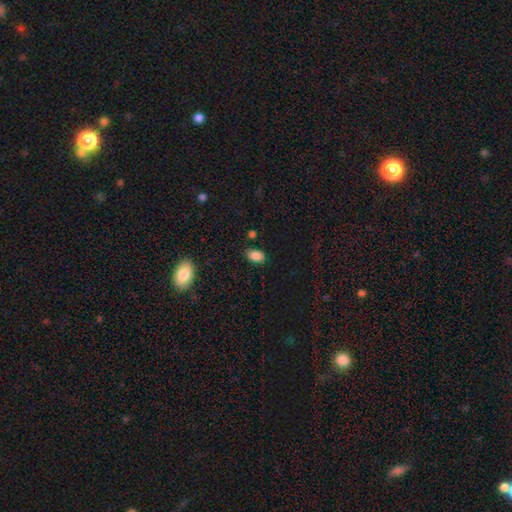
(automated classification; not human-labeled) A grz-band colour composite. It shows a smooth galaxy with no disk features (84%) that is in between round and cigar-shaped (84%). Merging: none (81%).